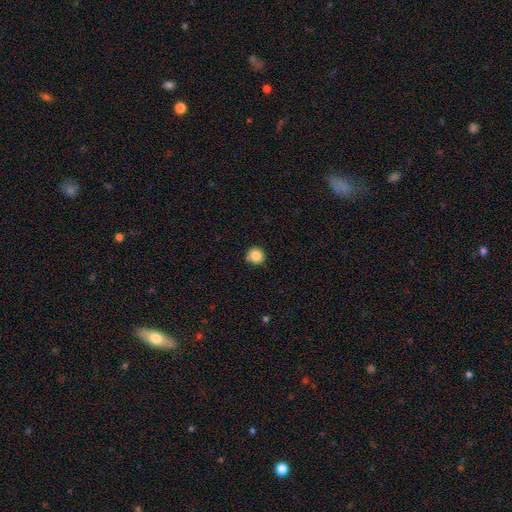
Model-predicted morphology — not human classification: Smooth or featured? smooth (86%)
How rounded? round (92%)
Merging? none (82%)